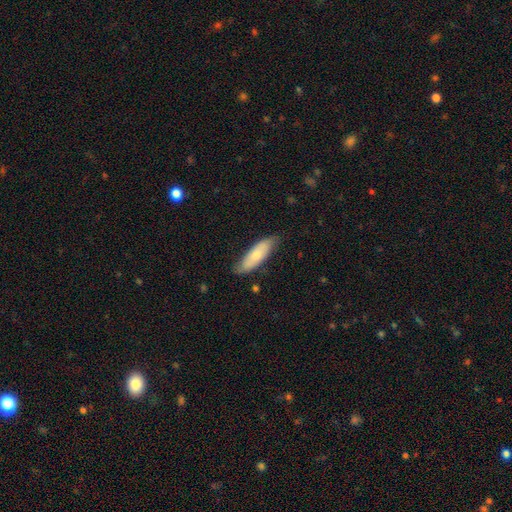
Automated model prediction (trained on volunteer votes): smooth 68%, featured or disk 26%, star or artifact 6%. Down the decision tree: how rounded — in between (55%); merging — none (75%).